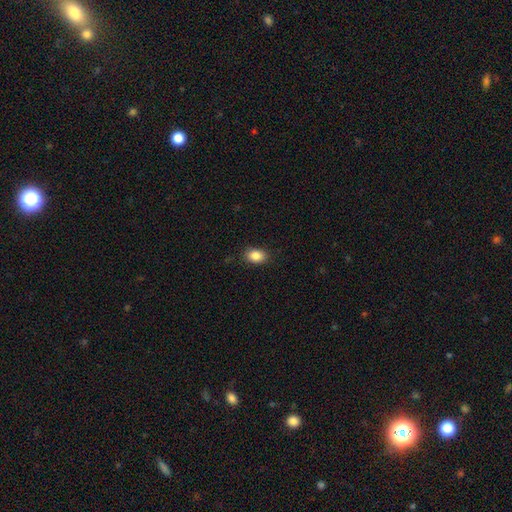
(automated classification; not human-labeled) Q: Smooth or featured?
A: smooth (86%); runner-up: star or artifact (9%)
Q: How rounded?
A: in between (78%); runner-up: round (20%)
Q: Merging?
A: none (88%); runner-up: minor disturbance (9%)